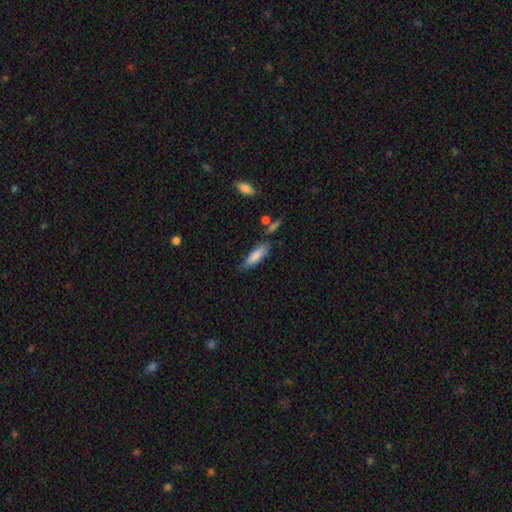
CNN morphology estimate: Smooth or featured? Predicted: smooth (p=0.81). How rounded? Predicted: cigar-shaped (p=0.55). Merging? Predicted: none (p=0.73).